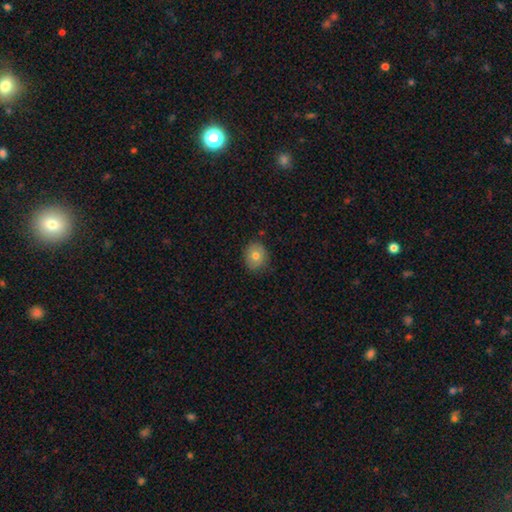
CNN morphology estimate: smooth 74%, featured or disk 17%, star or artifact 9%. Down the decision tree: how rounded — round (72%); merging — none (81%).